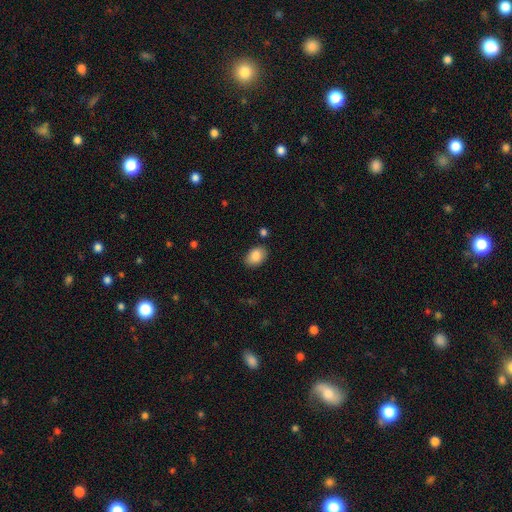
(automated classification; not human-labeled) Morphology: type=smooth (86%); roundness=in between (80%); merging=none (85%).